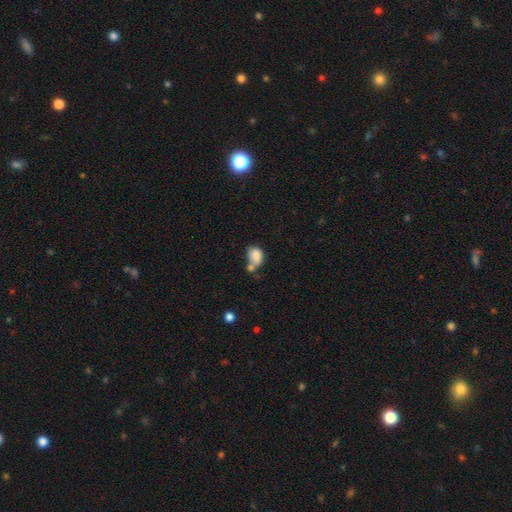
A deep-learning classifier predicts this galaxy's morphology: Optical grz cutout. It shows a smooth galaxy with no disk features (81%) that is in between round and cigar-shaped (68%). Merging: merger (43%).